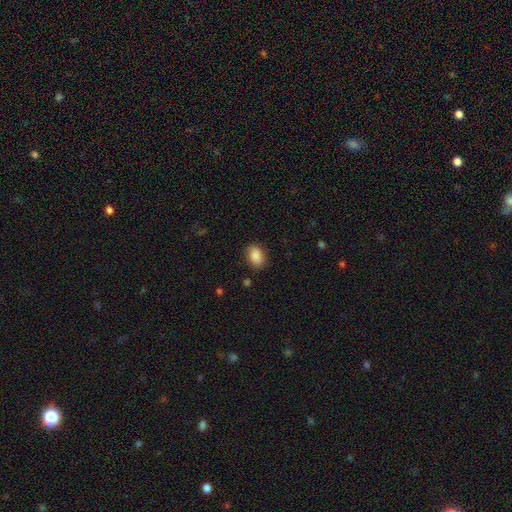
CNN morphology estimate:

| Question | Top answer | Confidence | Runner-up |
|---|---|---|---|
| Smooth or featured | smooth | 88% | star or artifact (7%) |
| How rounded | in between | 79% | round (20%) |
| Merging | none | 84% | minor disturbance (12%) |